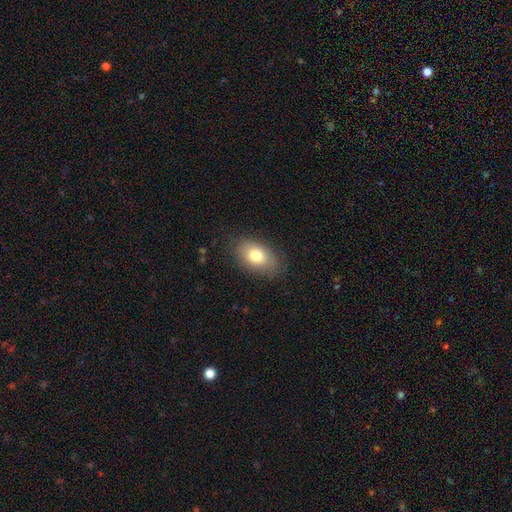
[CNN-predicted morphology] This appears to be a smooth galaxy with no disk features (77%) that is in between round and cigar-shaped (89%). Merging: none (80%).